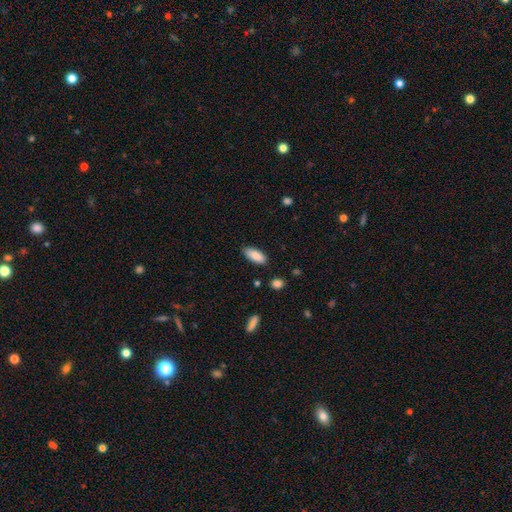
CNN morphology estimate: type=smooth (86%); roundness=in between (84%); merging=none (84%).